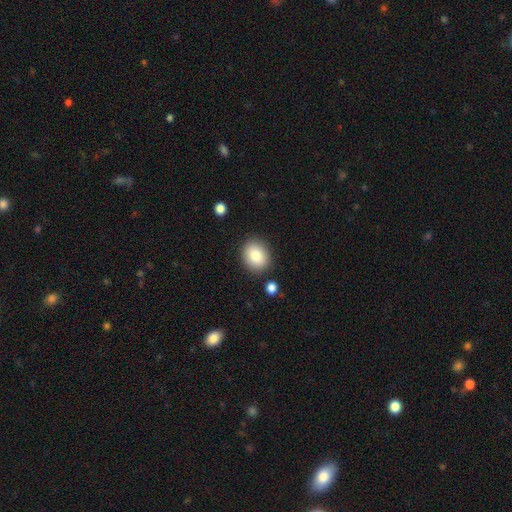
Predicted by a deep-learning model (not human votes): Q: Smooth or featured?
A: smooth (84%); runner-up: featured or disk (8%)
Q: How rounded?
A: round (53%); runner-up: in between (46%)
Q: Merging?
A: none (85%); runner-up: minor disturbance (9%)